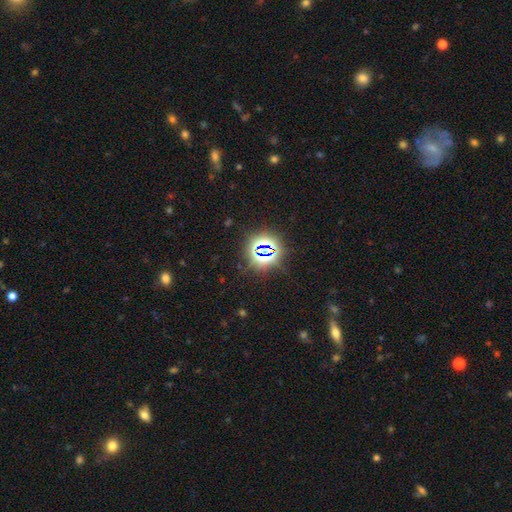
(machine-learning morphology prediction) Smooth or featured: star or artifact — 75% (smooth — 16%)